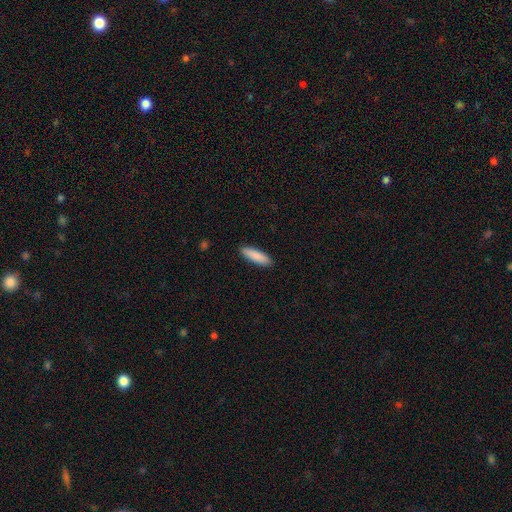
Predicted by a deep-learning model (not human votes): A smooth galaxy with no disk features (88%) that is cigar-shaped (64%). Merging: none (91%).